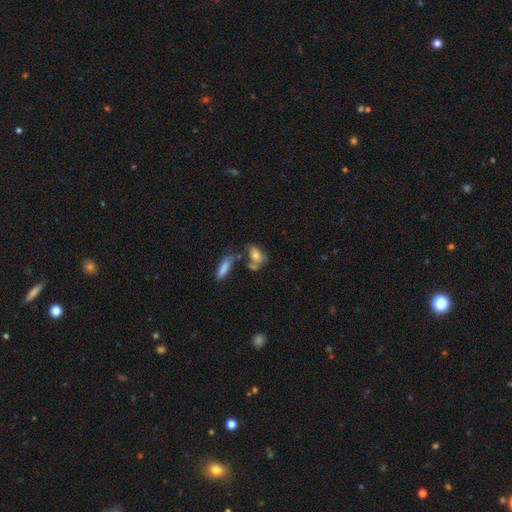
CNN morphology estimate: type=smooth (70%); roundness=in between (81%); merging=none (41%).